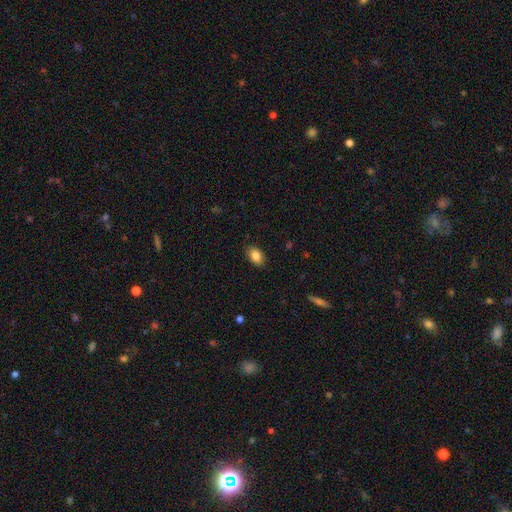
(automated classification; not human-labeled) A smooth galaxy with no disk features (85%) that is in between round and cigar-shaped (86%).

Vote fractions:
- Smooth or featured? smooth: 85% / star or artifact: 8% / featured or disk: 7%
- How rounded? in between: 86% / round: 13% / cigar-shaped: 1%
- Merging? none: 86% / minor disturbance: 10% / major disturbance: 2% / merger: 1%